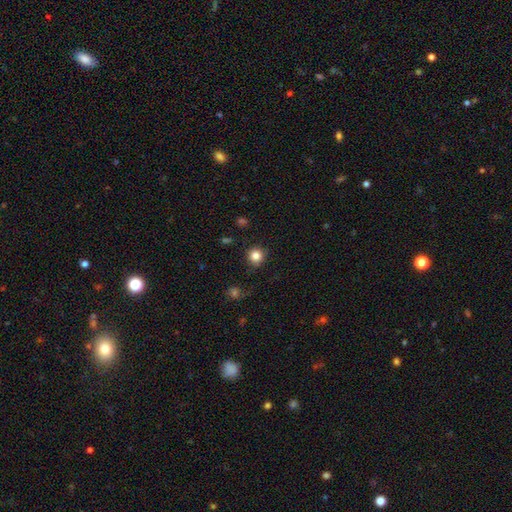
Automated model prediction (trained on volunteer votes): Smooth or featured? smooth (83%)
How rounded? round (93%)
Merging? none (87%)